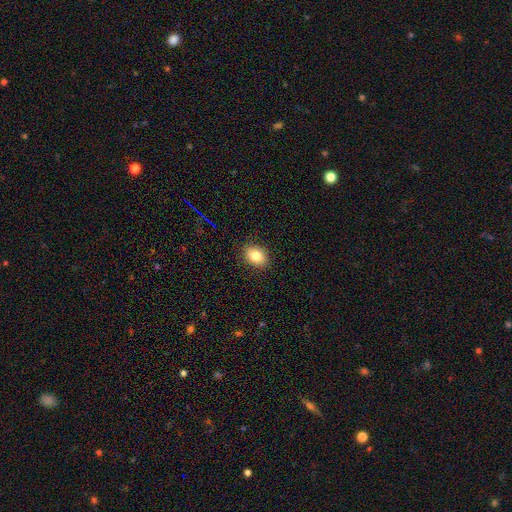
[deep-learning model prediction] smooth-or-featured: smooth: 82% | star or artifact: 9% | featured or disk: 9%
  how-rounded: in between: 74% | round: 24% | cigar-shaped: 1%
  merging: none: 88% | minor disturbance: 9% | major disturbance: 2% | merger: 1%